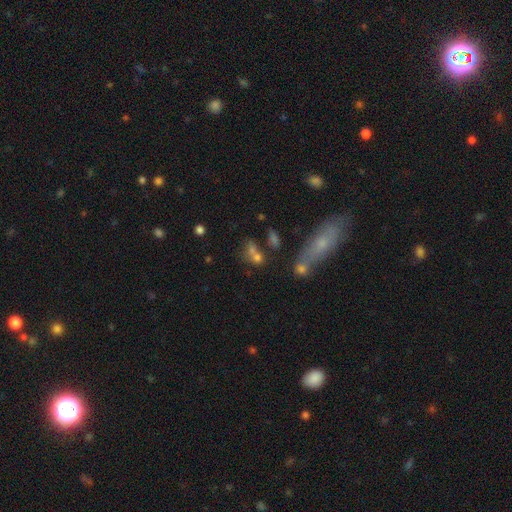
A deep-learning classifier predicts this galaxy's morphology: type=smooth (66%); roundness=in between (52%); merging=merger (46%).